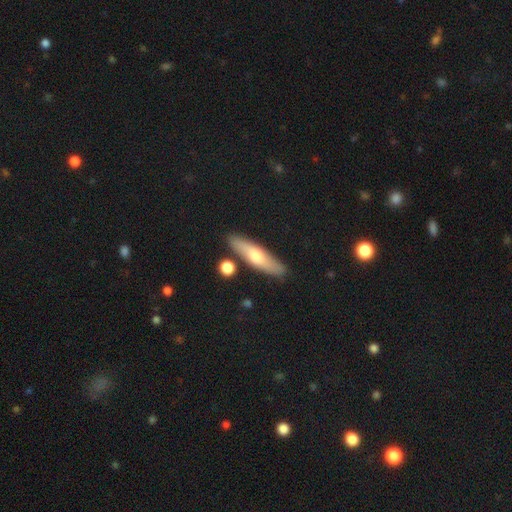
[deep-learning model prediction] A smooth galaxy with no disk features (57%) that is cigar-shaped (69%). Merging: none (83%).